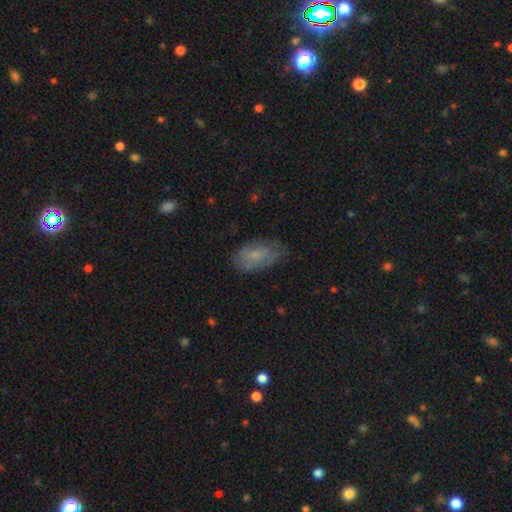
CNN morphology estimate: This is likely a smooth galaxy (62%). How rounded: clearly in between (92%). Merging: likely none (67%).